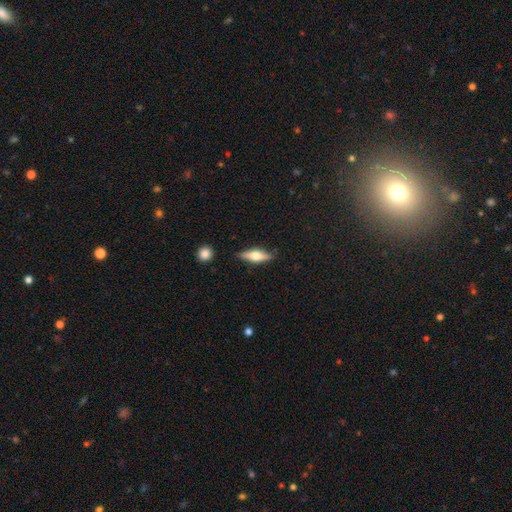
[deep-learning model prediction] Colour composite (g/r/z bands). It shows a featured or disk galaxy (55%) viewed edge-on (94%) with a rounded central bulge (93%). Merging: none (85%).